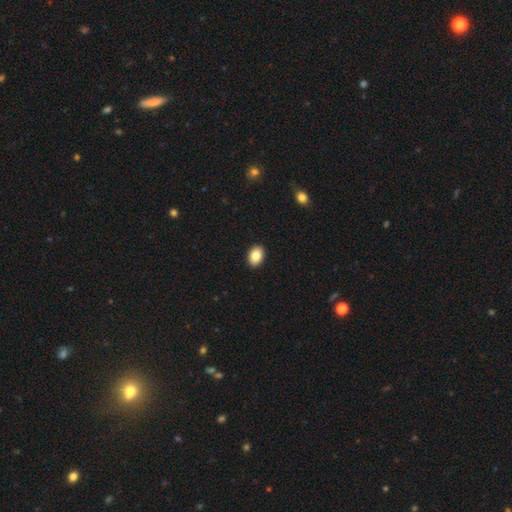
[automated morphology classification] smooth-or-featured: smooth: 85% | star or artifact: 8% | featured or disk: 7%
  how-rounded: in between: 81% | round: 18% | cigar-shaped: 1%
  merging: none: 92% | minor disturbance: 5% | major disturbance: 1% | merger: 1%